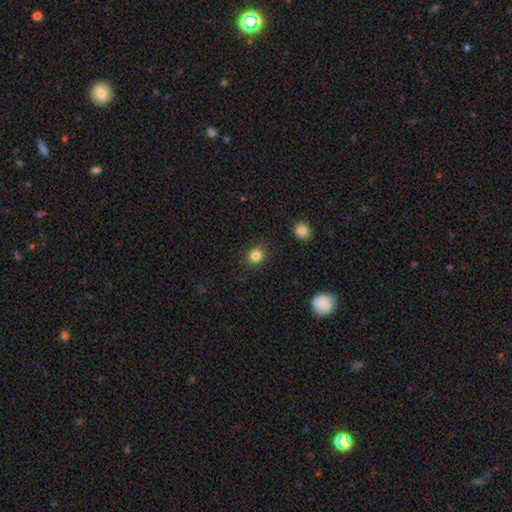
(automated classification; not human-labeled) Q: Smooth or featured?
A: smooth (84%); runner-up: star or artifact (11%)
Q: How rounded?
A: round (75%); runner-up: in between (24%)
Q: Merging?
A: none (87%); runner-up: minor disturbance (9%)